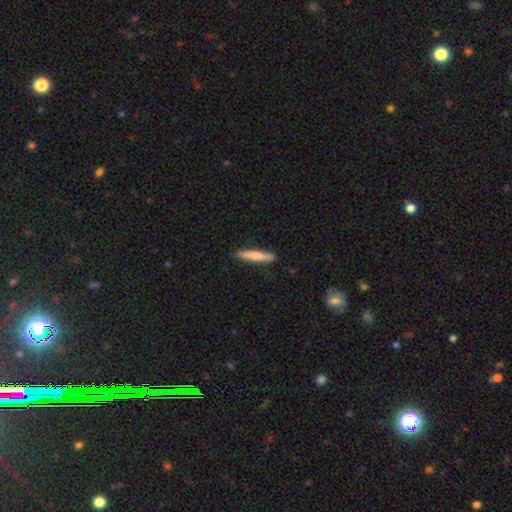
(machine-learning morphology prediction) This is likely a smooth galaxy (74%). How rounded: clearly cigar-shaped (92%). Merging: clearly none (87%).